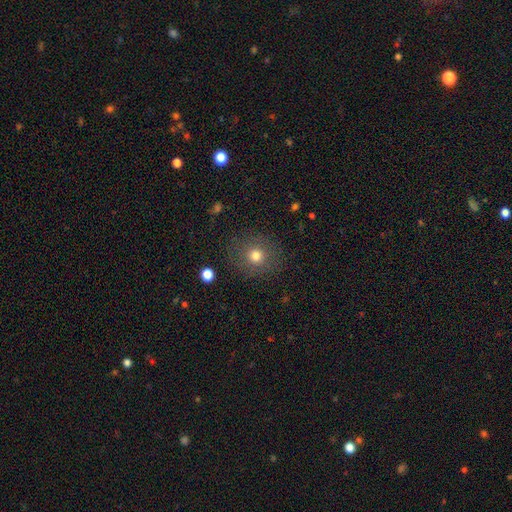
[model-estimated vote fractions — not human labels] This appears to be a smooth galaxy with no disk features (75%) that is round (87%). Merging: none (86%).